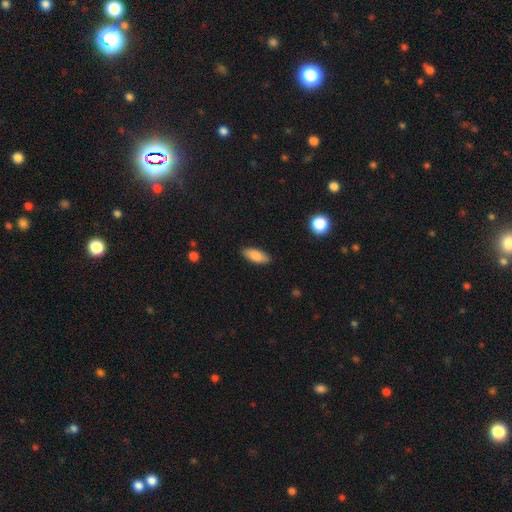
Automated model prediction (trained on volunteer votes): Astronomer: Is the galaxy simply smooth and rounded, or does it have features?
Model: smooth — 85%.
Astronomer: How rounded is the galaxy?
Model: in between — 82%.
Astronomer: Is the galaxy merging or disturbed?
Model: none — 88%.